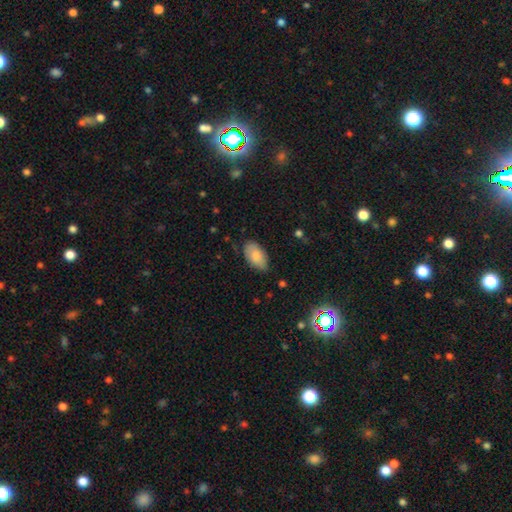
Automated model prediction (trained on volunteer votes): The model was most divided on "merging": none: 70%, minor disturbance: 24%, major disturbance: 5%, merger: 1%. More confident: how rounded — in between (95%); smooth or featured — smooth (83%).